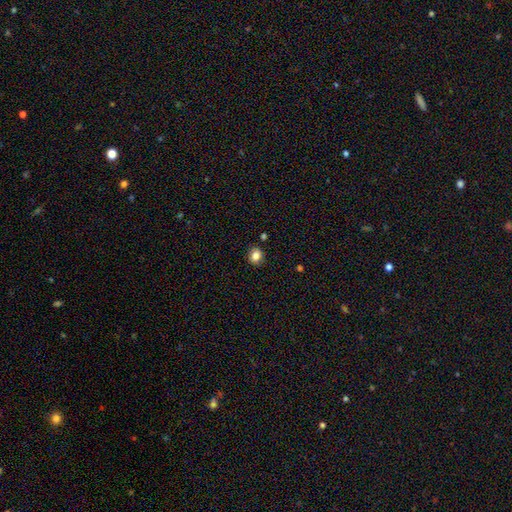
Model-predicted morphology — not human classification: type=smooth (83%); roundness=round (73%); merging=none (87%).